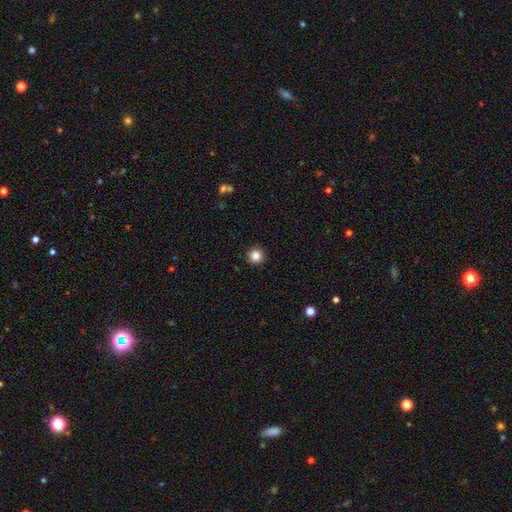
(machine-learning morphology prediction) type=smooth (84%); roundness=round (96%); merging=none (94%).